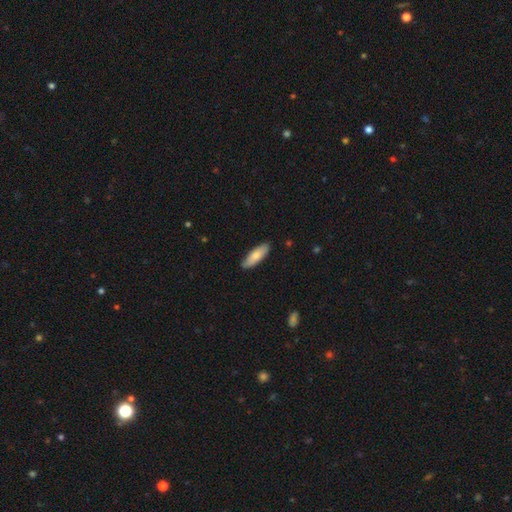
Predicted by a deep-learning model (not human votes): smooth-or-featured: smooth: 76% | featured or disk: 18% | star or artifact: 5%
  how-rounded: in between: 58% | cigar-shaped: 40% | round: 2%
  merging: none: 84% | minor disturbance: 13% | major disturbance: 2% | merger: 1%